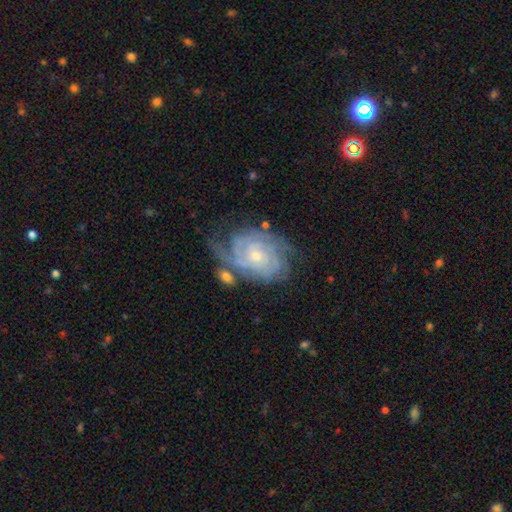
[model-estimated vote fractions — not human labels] Smooth or featured: featured or disk — 87% (smooth — 7%)
Edge-on disk: no — 97% (yes — 3%)
Bar: no — 73% (weak — 22%)
Spiral arms: yes — 97% (no — 3%)
Spiral winding: tight — 74% (medium — 21%)
Spiral arm count: can't tell — 28% (3 — 22%)
Bulge size: small — 65% (moderate — 31%)
Merging: none — 60% (minor disturbance — 22%)